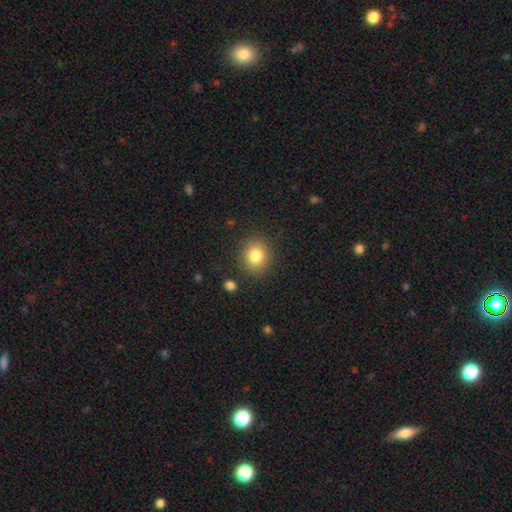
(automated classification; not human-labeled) Overall: smooth (82%). How rounded: round (82%). Merging: none (87%).